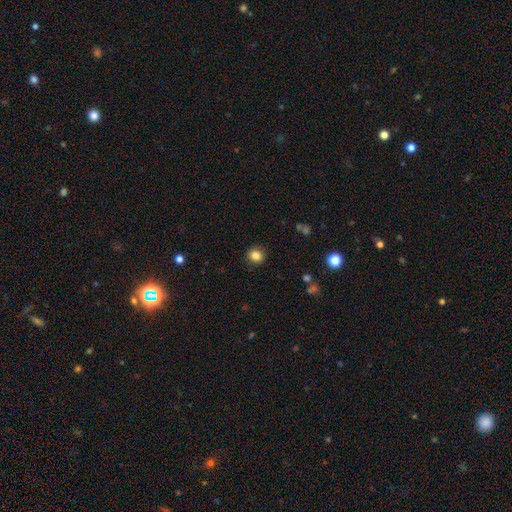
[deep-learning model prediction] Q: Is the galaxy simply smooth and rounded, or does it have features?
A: smooth — 85%.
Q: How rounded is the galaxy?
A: round — 85%.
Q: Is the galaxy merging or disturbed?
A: none — 90%.